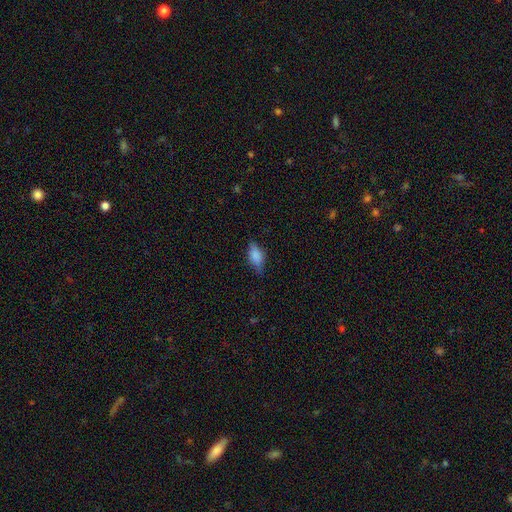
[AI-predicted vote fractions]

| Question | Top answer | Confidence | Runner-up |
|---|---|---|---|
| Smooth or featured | smooth | 78% | featured or disk (14%) |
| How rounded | in between | 85% | cigar-shaped (10%) |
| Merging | none | 69% | minor disturbance (24%) |